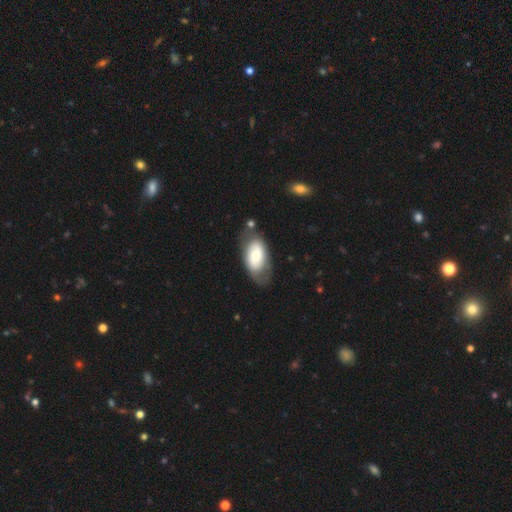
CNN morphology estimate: This is likely a smooth galaxy (61%). How rounded: clearly in between (93%). Merging: likely none (60%).